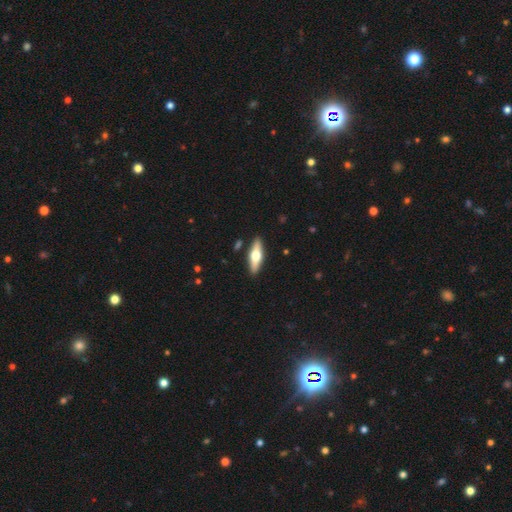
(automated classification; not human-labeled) Smooth or featured? Predicted: featured or disk (p=0.52). Edge-on disk? Predicted: yes (p=0.91). Merging? Predicted: none (p=0.89).